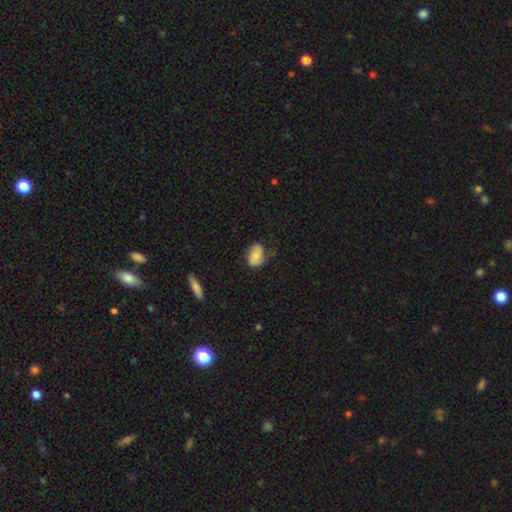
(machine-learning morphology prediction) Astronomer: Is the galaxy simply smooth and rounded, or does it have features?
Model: smooth — 72%.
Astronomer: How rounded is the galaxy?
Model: in between — 80%.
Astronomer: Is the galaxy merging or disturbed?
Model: none — 62%.